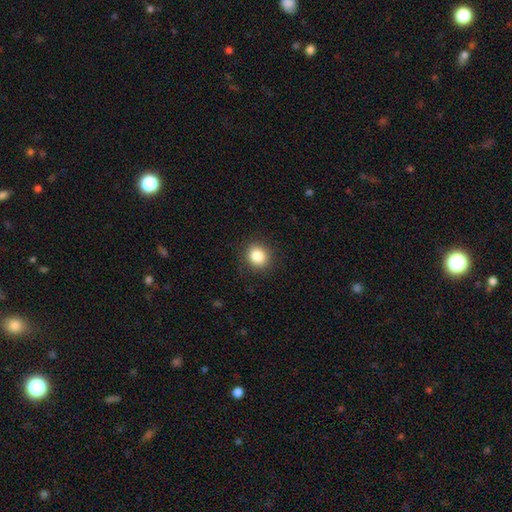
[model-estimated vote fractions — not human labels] Overall: smooth (85%). How rounded: round (79%). Merging: none (89%).